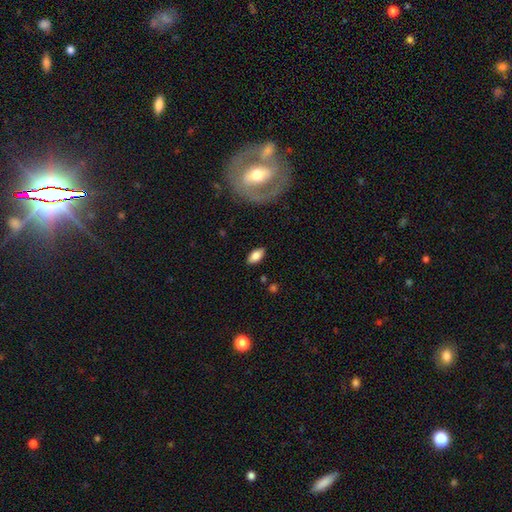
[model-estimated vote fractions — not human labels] smooth 81%, featured or disk 12%, star or artifact 7%. Down the decision tree: how rounded — in between (92%); merging — none (86%).